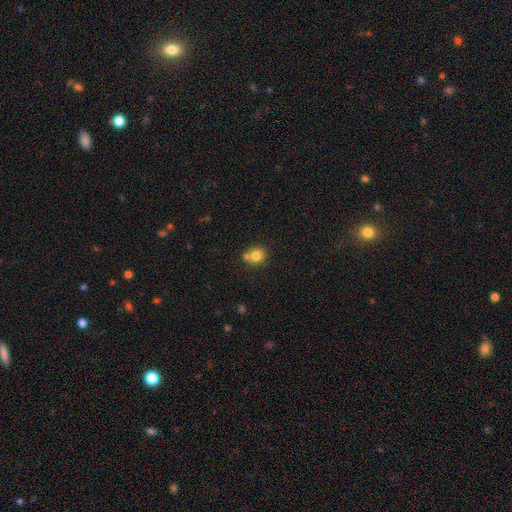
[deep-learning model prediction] Smooth or featured? smooth (80%)
How rounded? round (86%)
Merging? none (56%)